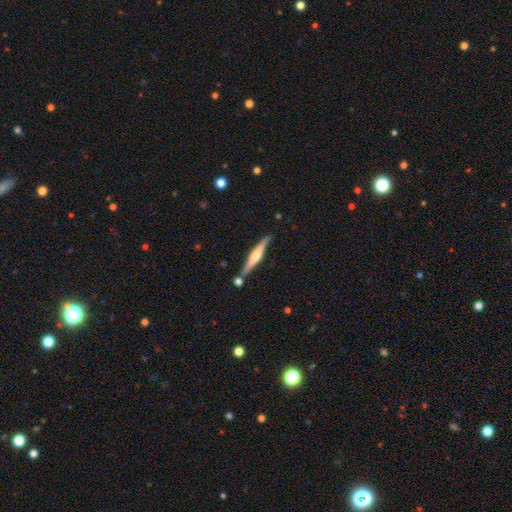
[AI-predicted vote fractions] Smooth or featured: featured or disk — 66% (smooth — 29%)
Edge-on disk: yes — 97% (no — 3%)
Edge-on bulge: rounded — 72% (boxy — 17%)
Merging: none — 79% (minor disturbance — 12%)